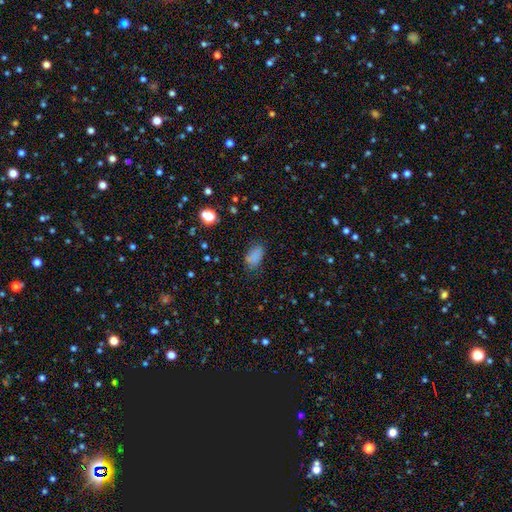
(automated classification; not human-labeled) Q: Smooth or featured?
A: smooth (83%); runner-up: star or artifact (12%)
Q: How rounded?
A: in between (91%); runner-up: round (7%)
Q: Merging?
A: none (74%); runner-up: minor disturbance (18%)